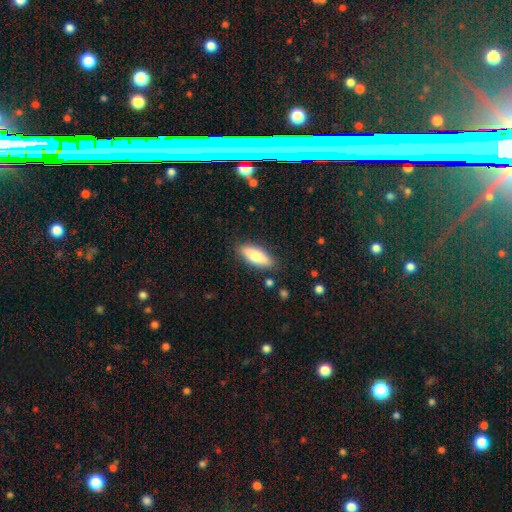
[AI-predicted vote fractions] smooth 73%, featured or disk 21%, star or artifact 6%. Down the decision tree: how rounded — in between (62%); merging — none (86%).